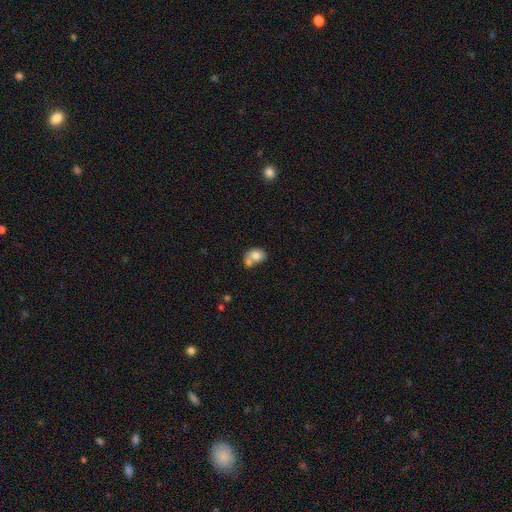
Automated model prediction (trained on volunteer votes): Smooth or featured?
  - smooth: 75% *
  - featured or disk: 16%
  - star or artifact: 8%
How rounded?
  - in between: 58% *
  - round: 41%
  - cigar-shaped: 1%
Merging?
  - merger: 55% *
  - none: 27%
  - minor disturbance: 12%
  - major disturbance: 6%